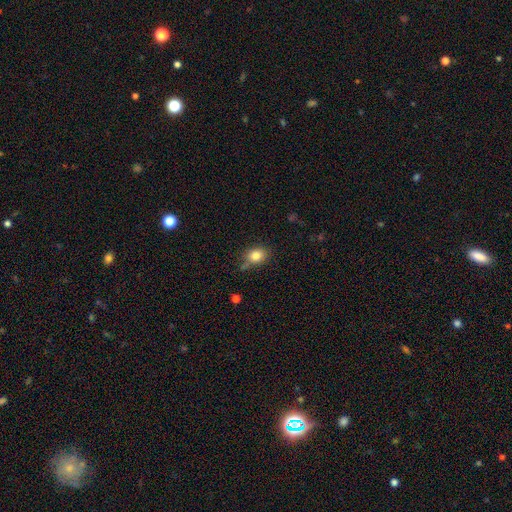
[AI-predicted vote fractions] smooth-or-featured: smooth: 83% | star or artifact: 10% | featured or disk: 7%
  how-rounded: in between: 54% | round: 45% | cigar-shaped: 1%
  merging: none: 68% | minor disturbance: 21% | merger: 7% | major disturbance: 5%